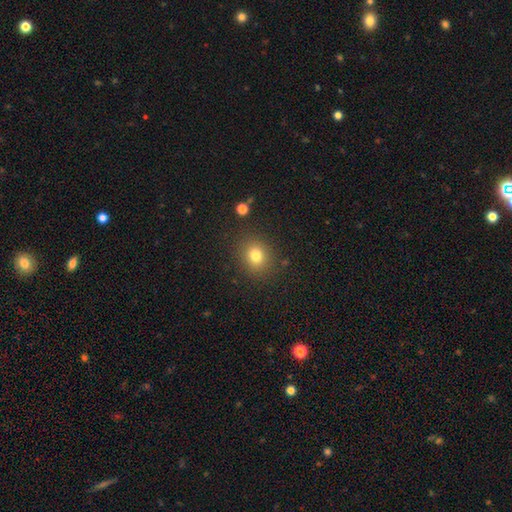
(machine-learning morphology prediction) Q: Smooth or featured?
A: smooth (78%); runner-up: star or artifact (14%)
Q: How rounded?
A: round (75%); runner-up: in between (24%)
Q: Merging?
A: none (86%); runner-up: minor disturbance (9%)